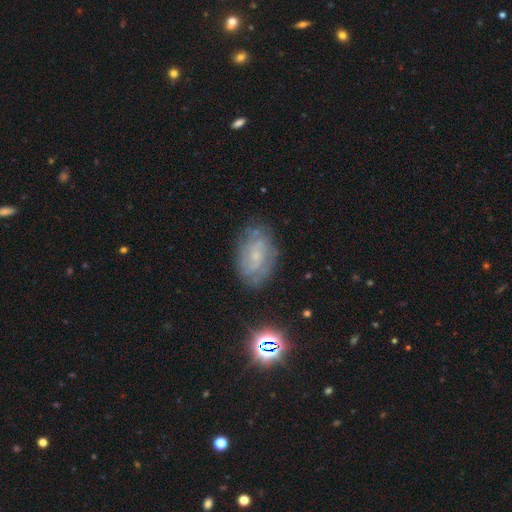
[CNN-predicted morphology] featured or disk 59%, smooth 28%, star or artifact 13%. Down the decision tree: edge-on disk — no (95%); bar — no (58%); spiral arms — yes (78%); bulge size — small (68%); merging — none (72%).